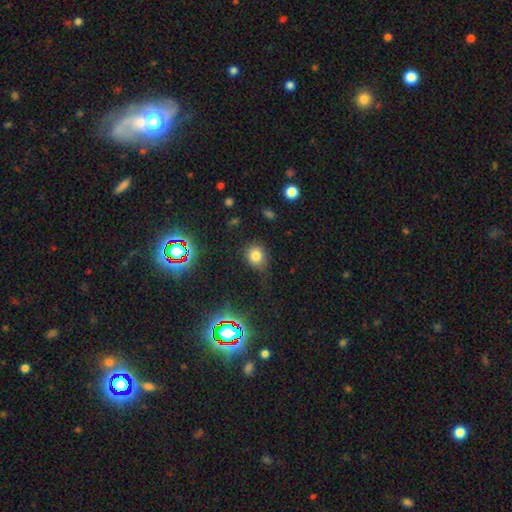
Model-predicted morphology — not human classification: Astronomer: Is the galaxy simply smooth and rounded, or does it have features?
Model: smooth — 74%.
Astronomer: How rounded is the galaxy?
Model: round — 75%.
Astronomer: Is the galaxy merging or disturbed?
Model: none — 71%.